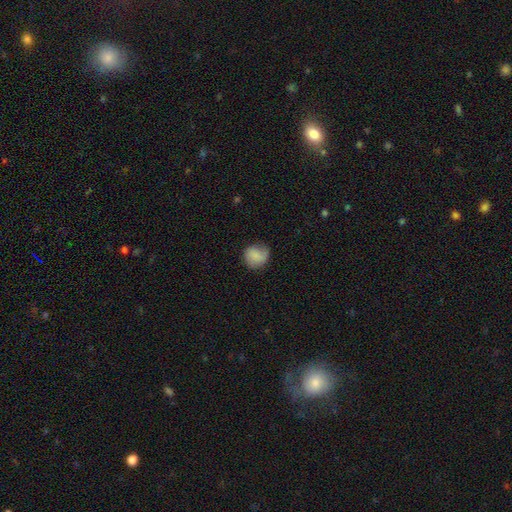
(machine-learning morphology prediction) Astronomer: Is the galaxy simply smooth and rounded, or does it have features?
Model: smooth — 78%.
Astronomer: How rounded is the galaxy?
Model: round — 83%.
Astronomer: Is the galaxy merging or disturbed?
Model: none — 65%.